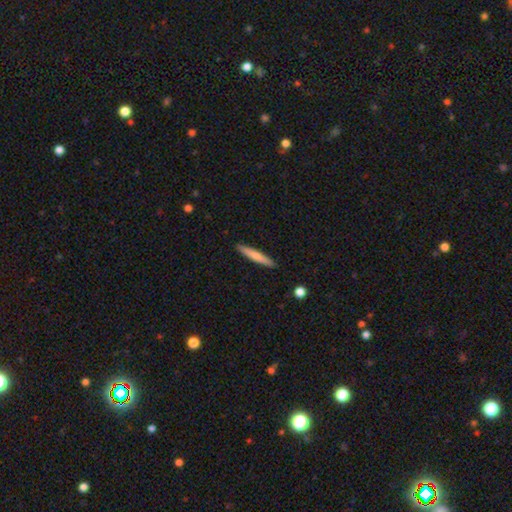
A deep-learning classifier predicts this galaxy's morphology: This is likely a smooth galaxy (66%). How rounded: clearly cigar-shaped (94%). Merging: clearly none (91%).